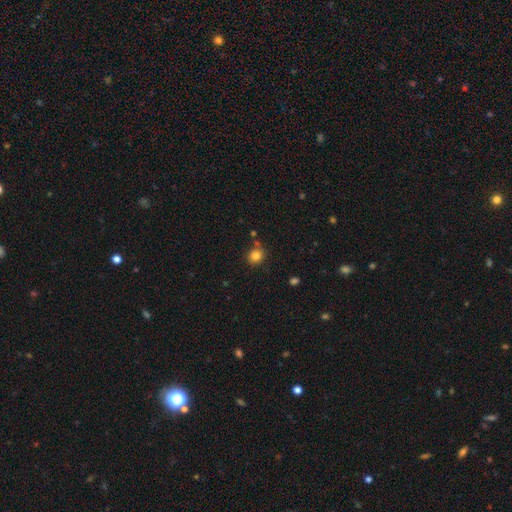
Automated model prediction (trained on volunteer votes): This is clearly a smooth galaxy (83%). How rounded: clearly round (86%). Merging: likely none (76%).